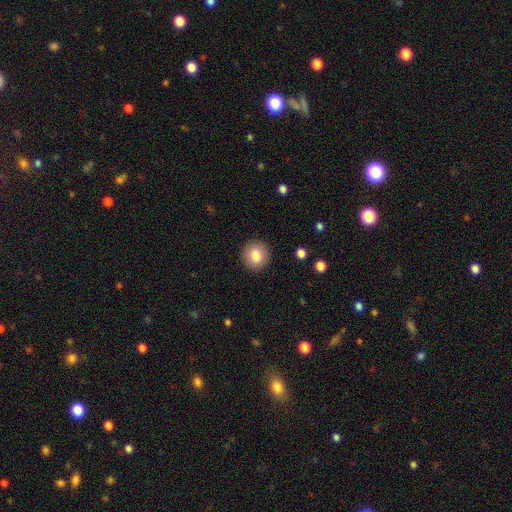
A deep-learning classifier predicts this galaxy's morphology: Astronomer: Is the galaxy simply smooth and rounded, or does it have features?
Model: smooth — 82%.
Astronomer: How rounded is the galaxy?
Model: round — 90%.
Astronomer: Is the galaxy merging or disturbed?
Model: none — 91%.